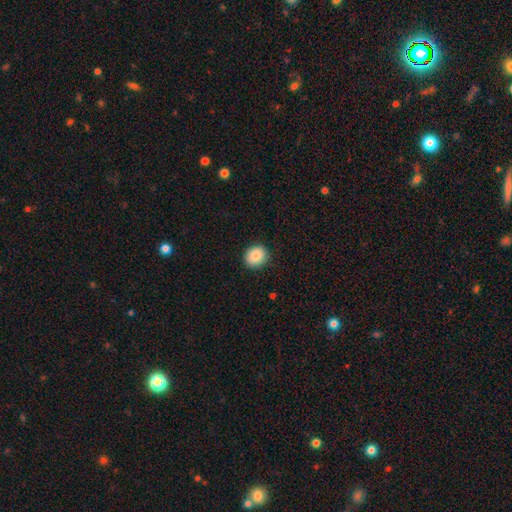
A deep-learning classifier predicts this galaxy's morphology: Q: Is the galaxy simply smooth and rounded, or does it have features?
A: smooth — 86%.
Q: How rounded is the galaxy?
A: round — 71%.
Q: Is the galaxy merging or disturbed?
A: none — 89%.